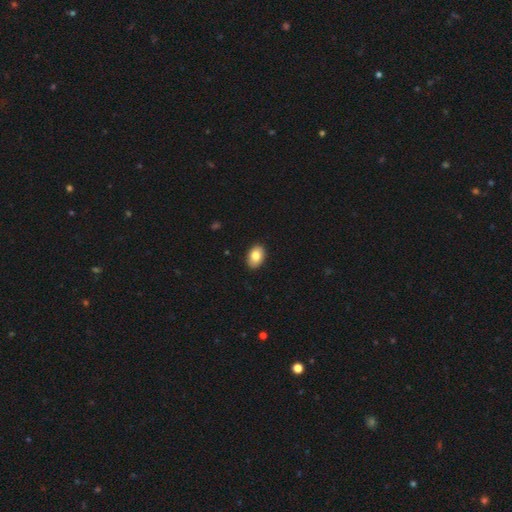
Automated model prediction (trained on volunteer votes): smooth-or-featured: smooth: 83% | featured or disk: 9% | star or artifact: 7%
  how-rounded: in between: 86% | round: 13% | cigar-shaped: 1%
  merging: none: 90% | minor disturbance: 8% | major disturbance: 2% | merger: 1%